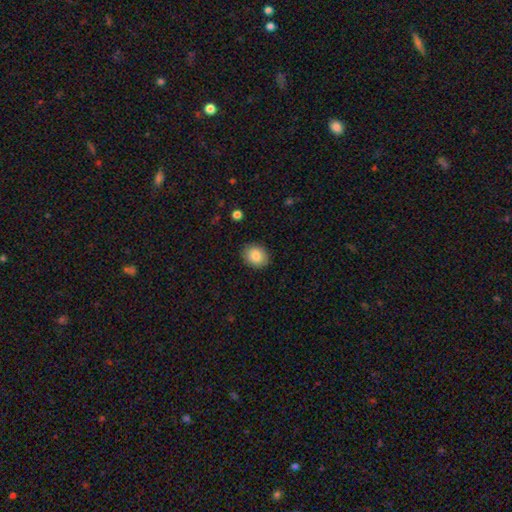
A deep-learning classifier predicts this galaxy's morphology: Smooth or featured: smooth — 83% (featured or disk — 9%)
How rounded: round — 55% (in between — 45%)
Merging: none — 88% (minor disturbance — 9%)